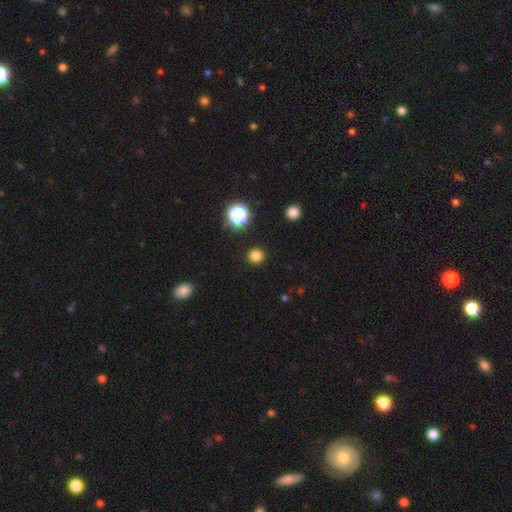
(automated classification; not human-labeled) This is clearly a smooth galaxy (81%). How rounded: clearly round (94%). Merging: clearly none (92%).